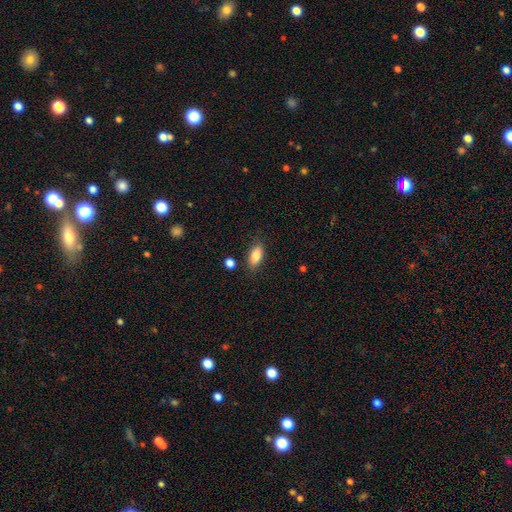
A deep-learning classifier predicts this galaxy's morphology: A smooth galaxy with no disk features (83%) that is in between round and cigar-shaped (85%).

Vote fractions:
- Smooth or featured? smooth: 83% / featured or disk: 9% / star or artifact: 8%
- How rounded? in between: 85% / cigar-shaped: 11% / round: 4%
- Merging? none: 81% / minor disturbance: 13% / major disturbance: 3% / merger: 3%